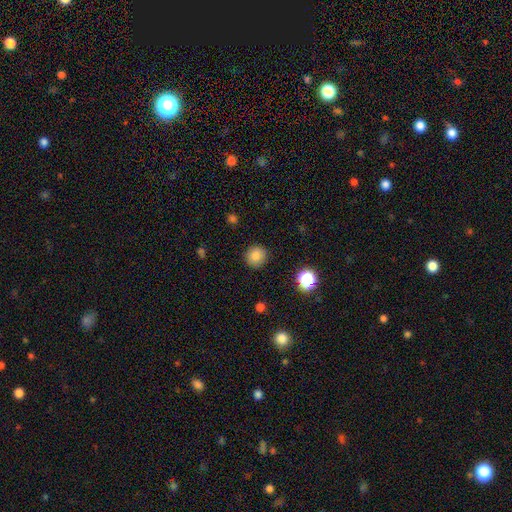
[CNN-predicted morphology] smooth_or_featured: smooth (p=0.83) [alt: star or artifact p=0.12]
how_rounded: round (p=0.90) [alt: in between p=0.09]
merging: none (p=0.89) [alt: minor disturbance p=0.08]